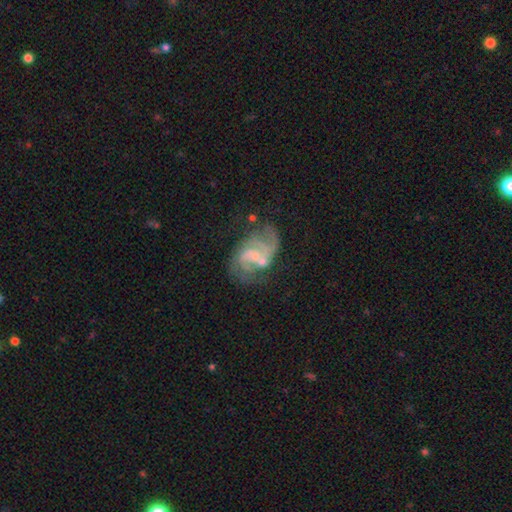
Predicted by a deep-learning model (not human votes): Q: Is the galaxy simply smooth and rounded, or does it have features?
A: featured or disk — 81%.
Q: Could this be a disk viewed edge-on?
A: no — 98%.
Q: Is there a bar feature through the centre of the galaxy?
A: weak — 46%.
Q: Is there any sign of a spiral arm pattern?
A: yes — 90%.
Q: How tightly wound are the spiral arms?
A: medium — 49%.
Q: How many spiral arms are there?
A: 2 — 64%.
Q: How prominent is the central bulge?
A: small — 47%.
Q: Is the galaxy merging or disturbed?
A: none — 44%.